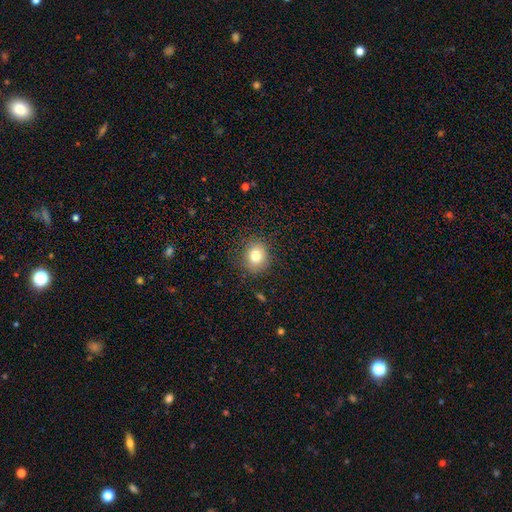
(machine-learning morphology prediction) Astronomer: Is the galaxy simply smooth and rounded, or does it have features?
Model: smooth — 79%.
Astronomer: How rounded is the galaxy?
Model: round — 72%.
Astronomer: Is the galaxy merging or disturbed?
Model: none — 82%.